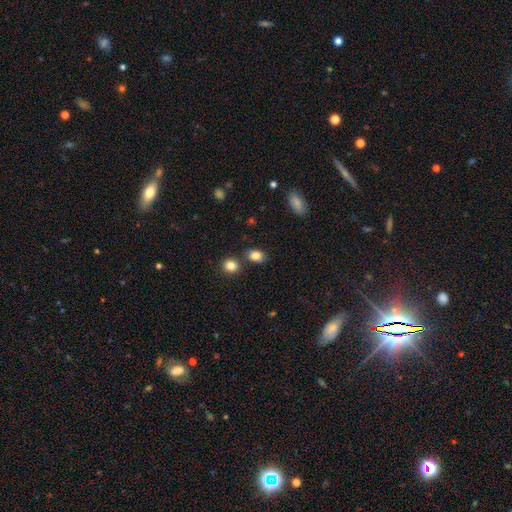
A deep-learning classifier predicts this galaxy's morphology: This appears to be a smooth galaxy with no disk features (83%) that is in between round and cigar-shaped (69%). Merging: none (71%).